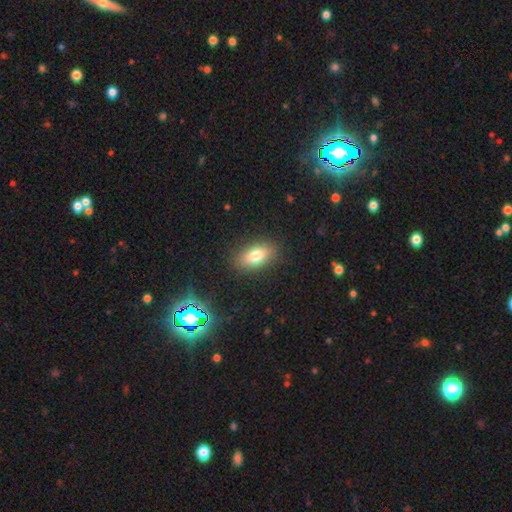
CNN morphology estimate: smooth 77%, featured or disk 13%, star or artifact 10%. Down the decision tree: how rounded — in between (86%); merging — none (87%).